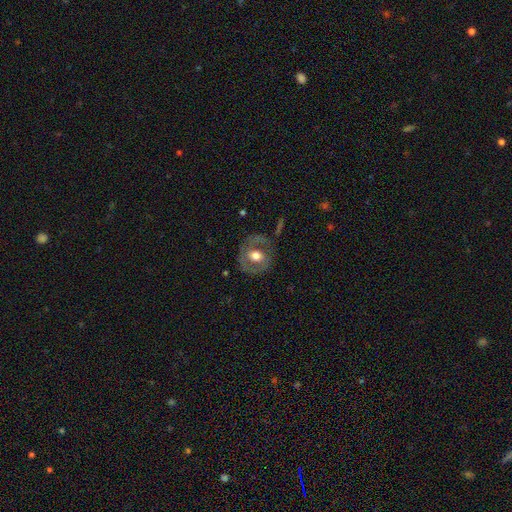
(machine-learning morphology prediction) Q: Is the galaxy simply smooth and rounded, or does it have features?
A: featured or disk — 56%.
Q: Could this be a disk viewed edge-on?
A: no — 95%.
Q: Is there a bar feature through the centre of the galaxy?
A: no — 64%.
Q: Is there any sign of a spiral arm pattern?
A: no — 56%.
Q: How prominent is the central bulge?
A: moderate — 66%.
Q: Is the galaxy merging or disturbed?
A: none — 71%.